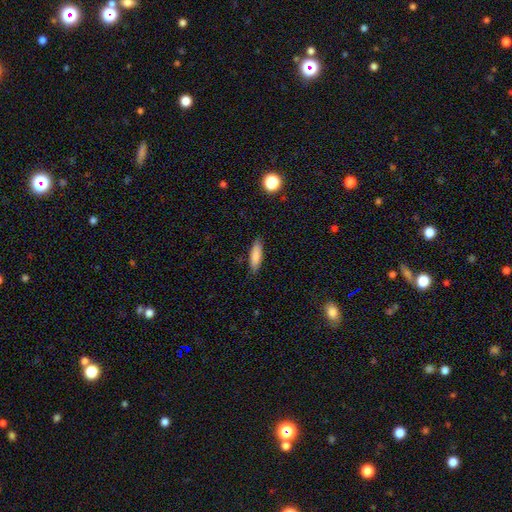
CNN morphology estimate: Overall: smooth (84%). How rounded: cigar-shaped (60%; in between 38%). Merging: none (87%).